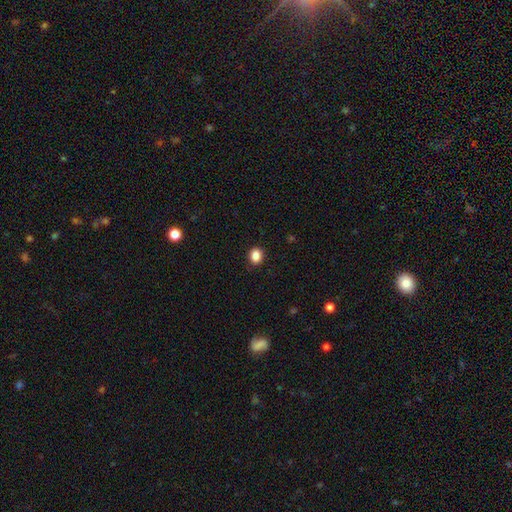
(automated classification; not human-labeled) smooth-or-featured: smooth: 87% | star or artifact: 10% | featured or disk: 3%
  how-rounded: round: 53% | in between: 46% | cigar-shaped: 1%
  merging: none: 89% | minor disturbance: 8% | major disturbance: 2% | merger: 1%